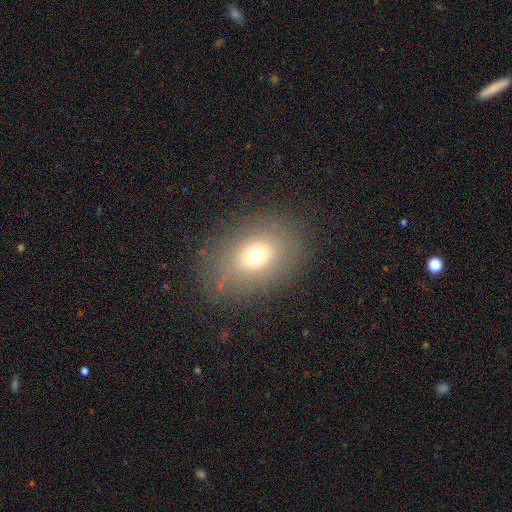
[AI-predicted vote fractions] smooth 63%, featured or disk 23%, star or artifact 14%. Down the decision tree: how rounded — in between (69%); merging — none (77%).